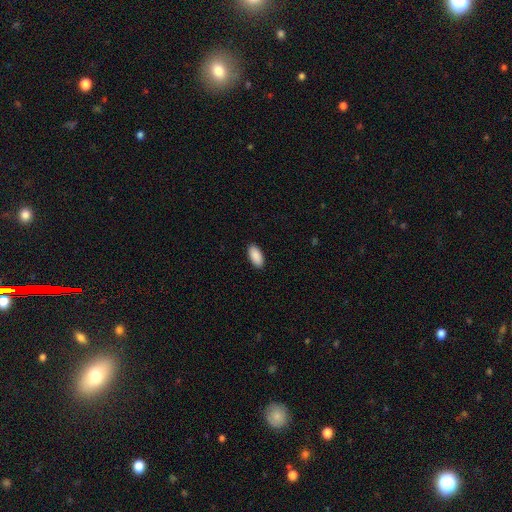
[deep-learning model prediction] Overall: smooth (91%). How rounded: in between (93%). Merging: none (91%).